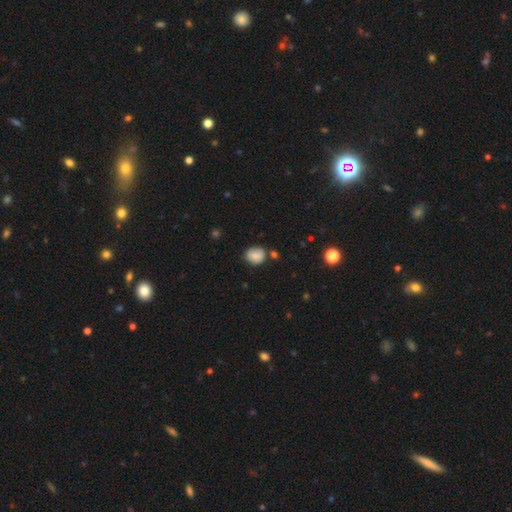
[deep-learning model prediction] Smooth or featured? Predicted: smooth (p=0.77). How rounded? Predicted: round (p=0.73). Merging? Predicted: none (p=0.72).